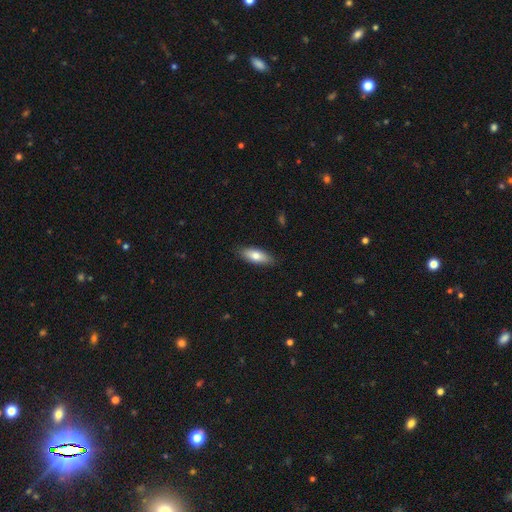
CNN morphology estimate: This appears to be a smooth galaxy with no disk features (74%) that is in between round and cigar-shaped (69%). Merging: none (87%).